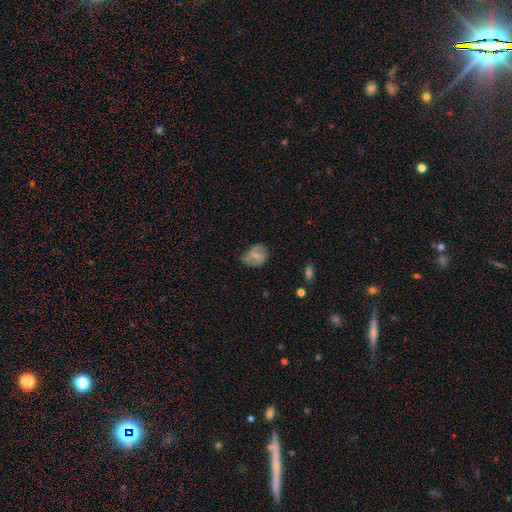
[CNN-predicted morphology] type=smooth (50%); roundness=in between (50%); merging=none (45%).